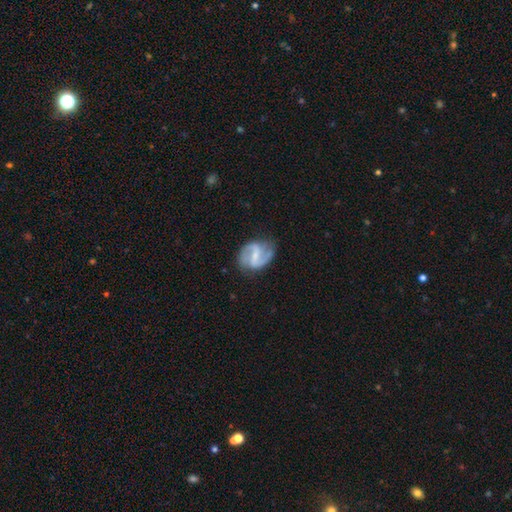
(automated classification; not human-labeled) This appears to be a featured or disk galaxy (86%) with a weak bar (46%), 2 (91%) medium (51%) spiral arms (95%) and a small central bulge (51%). Merging: none (75%).